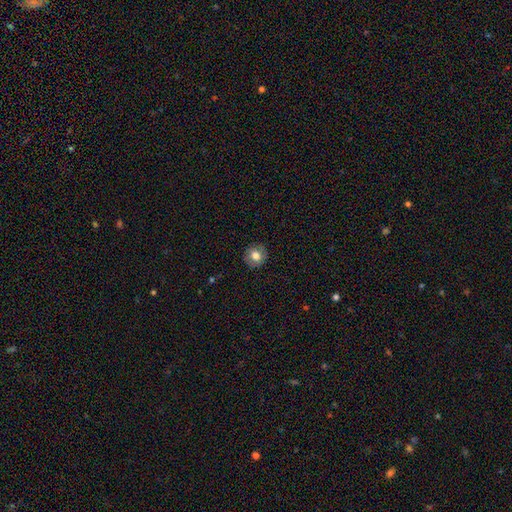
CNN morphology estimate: The model was most divided on "smooth or featured": smooth: 73%, featured or disk: 17%, star or artifact: 9%. More confident: how rounded — round (89%); merging — none (87%).